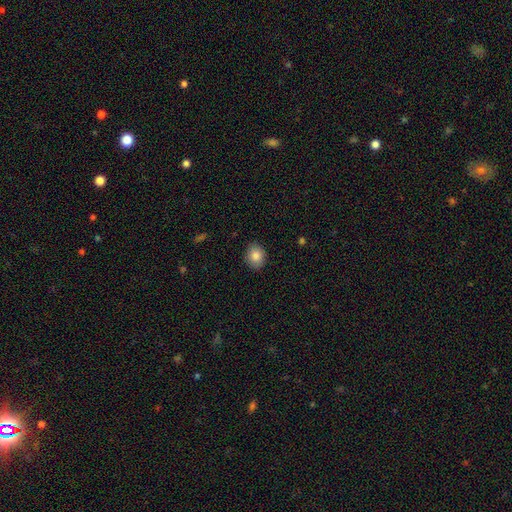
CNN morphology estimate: Smooth or featured?
  - smooth: 85% *
  - star or artifact: 9%
  - featured or disk: 7%
How rounded?
  - round: 60% *
  - in between: 39%
  - cigar-shaped: 1%
Merging?
  - none: 89% *
  - minor disturbance: 8%
  - major disturbance: 2%
  - merger: 1%